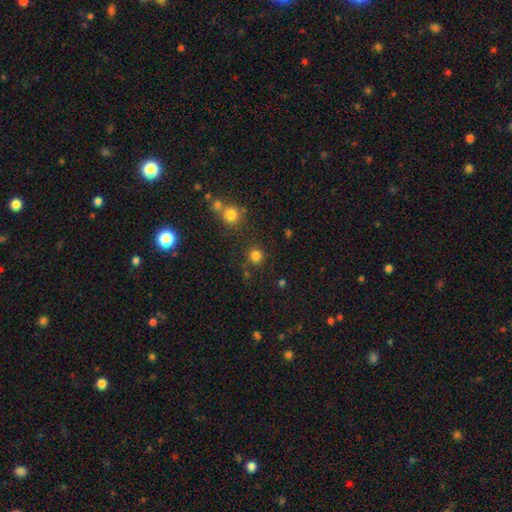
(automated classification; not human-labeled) A smooth galaxy with no disk features (80%) that is round (93%).

Vote fractions:
- Smooth or featured? smooth: 80% / star or artifact: 16% / featured or disk: 5%
- How rounded? round: 93% / in between: 6% / cigar-shaped: 1%
- Merging? none: 81% / minor disturbance: 8% / merger: 7% / major disturbance: 4%